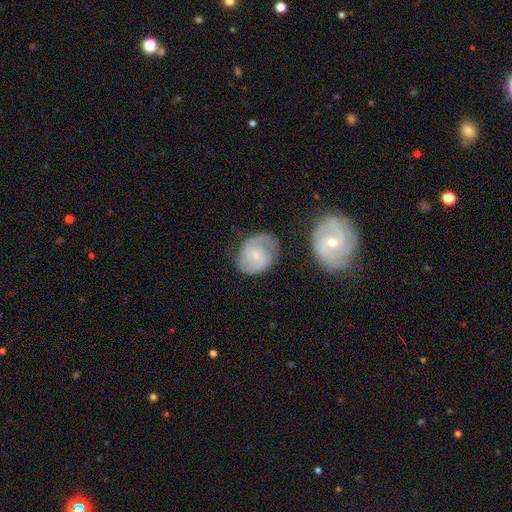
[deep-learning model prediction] This is likely a featured or disk galaxy (72%). It is clearly not viewed edge-on (97%). Bar: possibly no (48%). Spiral arm pattern: clearly yes (94%). Spiral arm count: clearly 2 (81%). Spiral winding: possibly medium (49%). Central bulge: likely small (66%). Merging: likely none (63%).